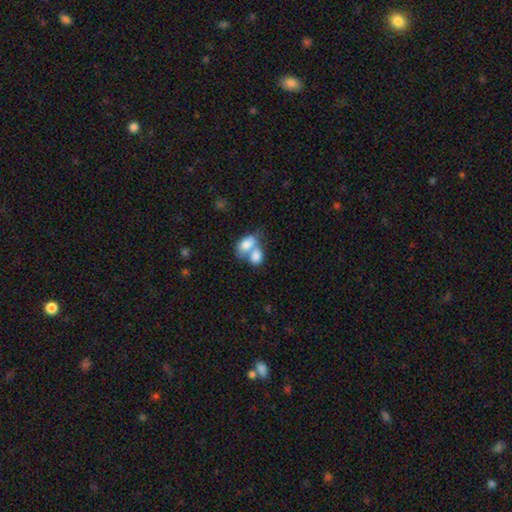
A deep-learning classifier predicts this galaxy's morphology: The model was most divided on "merging": merger: 71%, none: 18%, minor disturbance: 6%, major disturbance: 4%. More confident: smooth or featured — smooth (78%); how rounded — in between (78%).